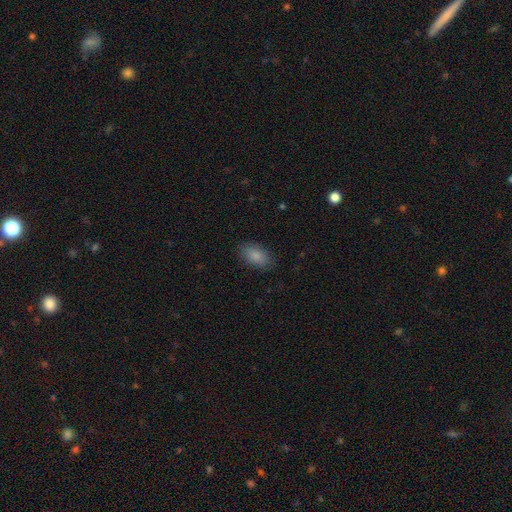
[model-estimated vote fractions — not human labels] A smooth galaxy with no disk features (87%) that is in between round and cigar-shaped (92%). Merging: none (85%).